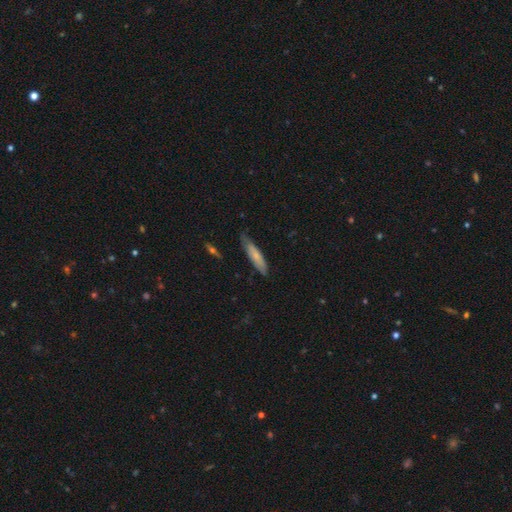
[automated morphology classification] A smooth galaxy with no disk features (65%) that is cigar-shaped (76%). Merging: none (67%).